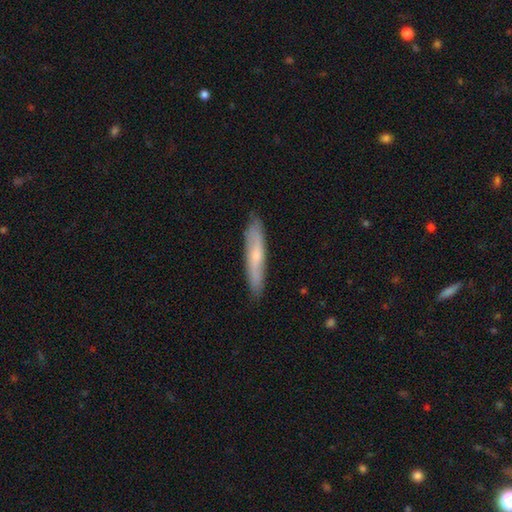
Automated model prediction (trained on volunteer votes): This appears to be a smooth galaxy with no disk features (51%) that is cigar-shaped (88%). Merging: none (85%).